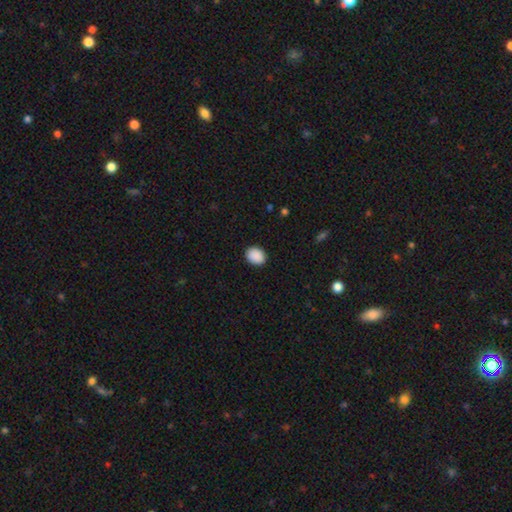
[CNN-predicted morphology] Smooth or featured? Predicted: smooth (p=0.90). How rounded? Predicted: in between (p=0.55). Merging? Predicted: none (p=0.90).